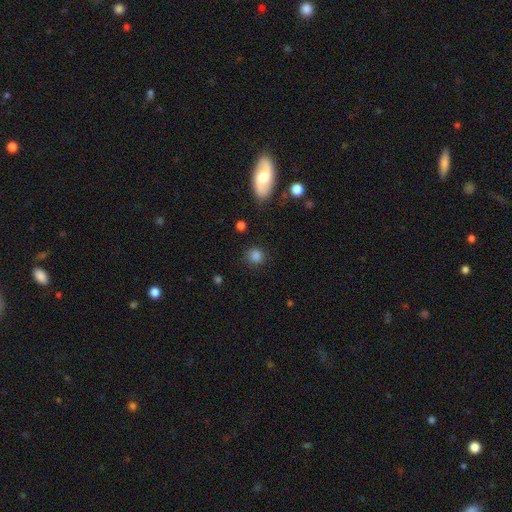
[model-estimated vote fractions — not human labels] Smooth or featured? Predicted: smooth (p=0.83). How rounded? Predicted: round (p=0.87). Merging? Predicted: none (p=0.82).